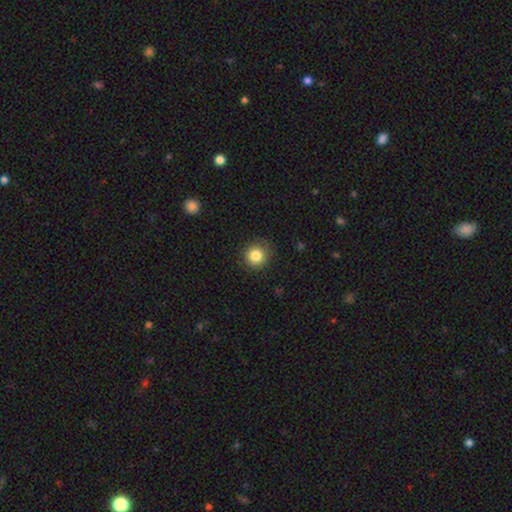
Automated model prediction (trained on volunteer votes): Q: Smooth or featured?
A: smooth (84%); runner-up: star or artifact (11%)
Q: How rounded?
A: round (93%); runner-up: in between (6%)
Q: Merging?
A: none (88%); runner-up: minor disturbance (9%)